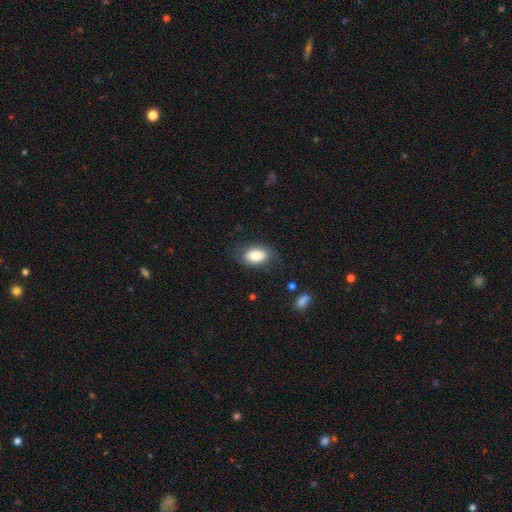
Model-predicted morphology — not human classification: type=smooth (85%); roundness=in between (91%); merging=none (76%).